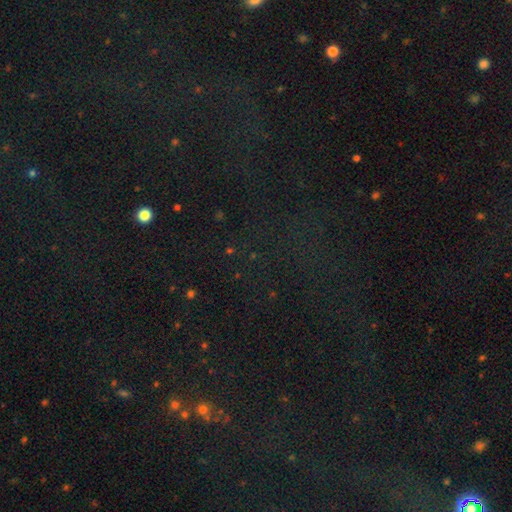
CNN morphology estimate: A star or artifact, not a galaxy (73%).